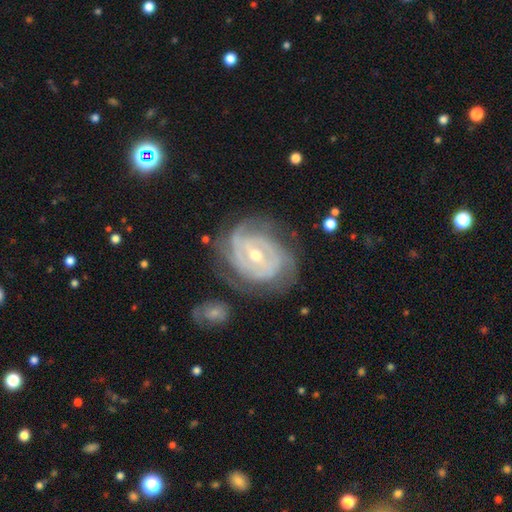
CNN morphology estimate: smooth-or-featured: featured or disk: 89% | smooth: 6% | star or artifact: 5%
  disk-edge-on: no: 97% | yes: 3%
    bar: weak: 44% | no: 36% | strong: 20%
    has-spiral-arms: yes: 96% | no: 4%
      spiral-winding: tight: 72% | medium: 23% | loose: 5%
      spiral-arm-count: 3: 32% | can't tell: 24% | 2: 21% | 4: 13% | 1: 5% | more than 4: 5%
    bulge-size: moderate: 49% | small: 48% | large: 1% | none: 1% | dominant: 1%
  merging: none: 67% | minor disturbance: 20% | major disturbance: 10% | merger: 4%